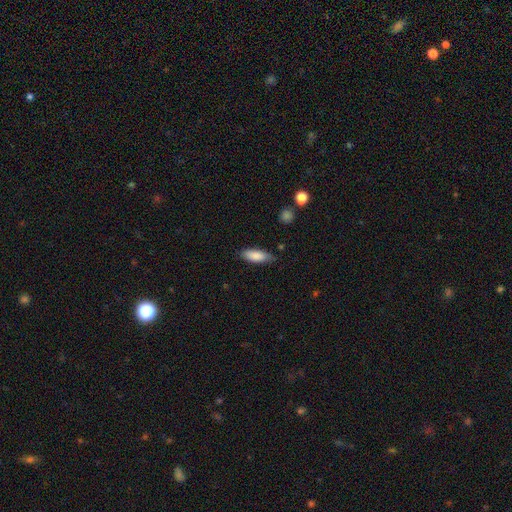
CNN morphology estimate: type=smooth (85%); roundness=in between (66%); merging=none (80%).